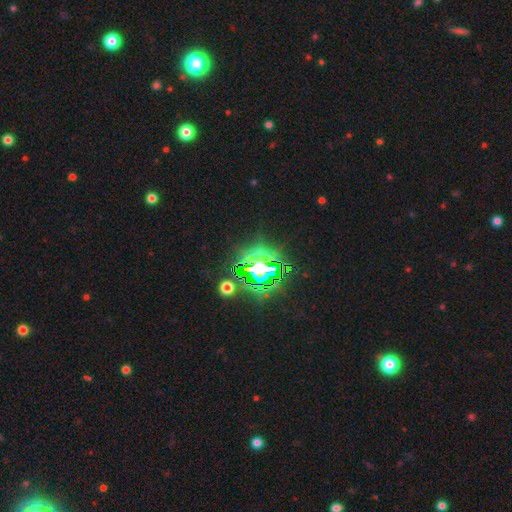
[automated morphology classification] The model was most divided on "smooth or featured": star or artifact: 86%, smooth: 8%, featured or disk: 6%.